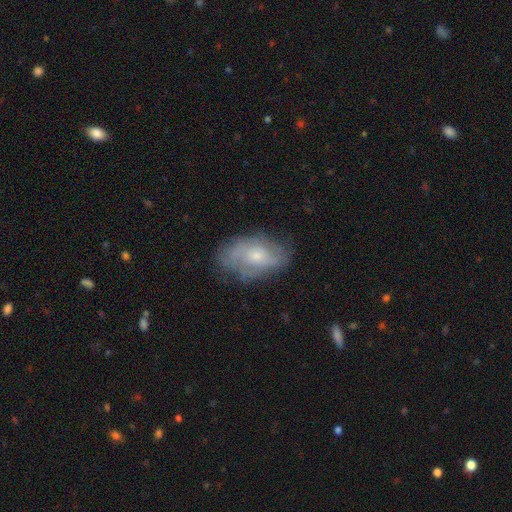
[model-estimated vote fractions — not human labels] Smooth or featured? featured or disk (58%)
Edge-on disk? no (95%)
Bar? no (73%)
Spiral arms? yes (72%)
Bulge size? small (57%)
Merging? none (62%)